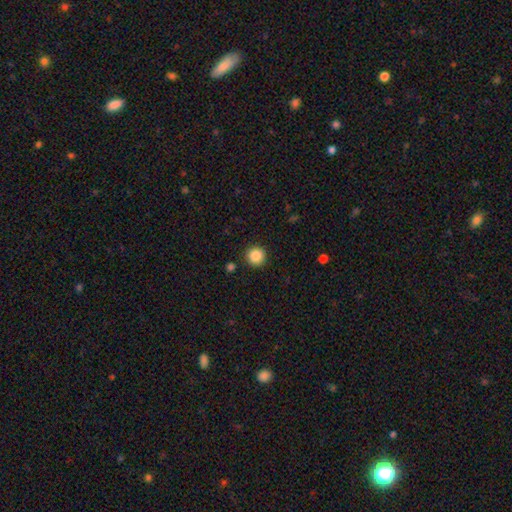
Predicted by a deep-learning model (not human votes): Overall: smooth (88%). How rounded: round (94%). Merging: none (91%).